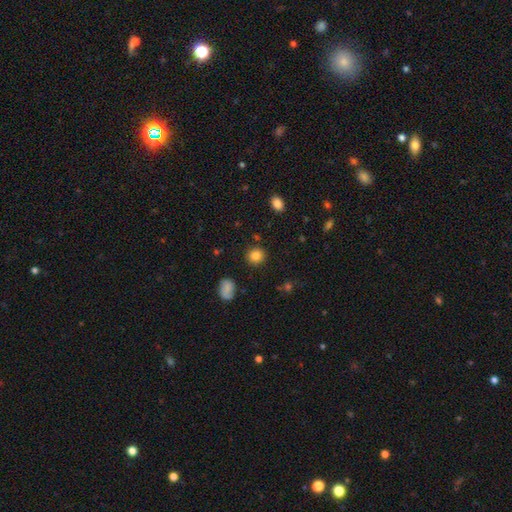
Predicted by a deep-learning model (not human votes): A smooth galaxy with no disk features (83%) that is round (89%).

Vote fractions:
- Smooth or featured? smooth: 83% / star or artifact: 11% / featured or disk: 6%
- How rounded? round: 89% / in between: 10% / cigar-shaped: 1%
- Merging? none: 89% / minor disturbance: 7% / major disturbance: 2% / merger: 2%